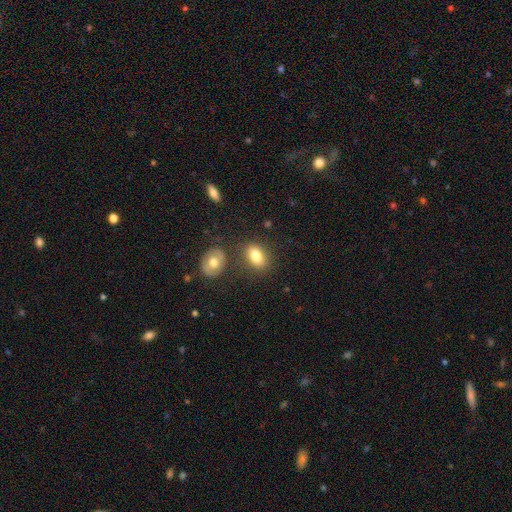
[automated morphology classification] A smooth galaxy with no disk features (80%) that is in between round and cigar-shaped (83%).

Vote fractions:
- Smooth or featured? smooth: 80% / featured or disk: 12% / star or artifact: 8%
- How rounded? in between: 83% / round: 15% / cigar-shaped: 2%
- Merging? none: 74% / minor disturbance: 13% / merger: 10% / major disturbance: 4%